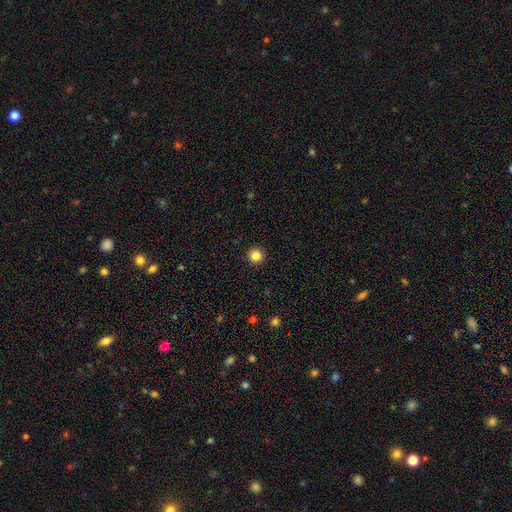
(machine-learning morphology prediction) smooth_or_featured: smooth (p=0.85) [alt: star or artifact p=0.12]
how_rounded: round (p=0.96) [alt: in between p=0.03]
merging: none (p=0.93) [alt: minor disturbance p=0.04]